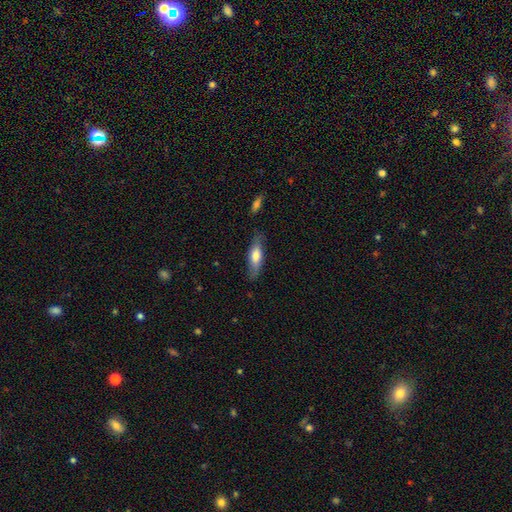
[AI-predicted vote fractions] The model was most divided on "how rounded": in between: 49%, cigar-shaped: 48%, round: 2%. More confident: merging — none (77%); smooth or featured — smooth (66%).